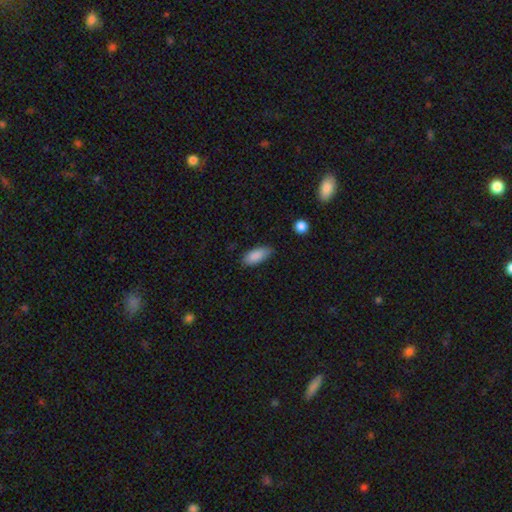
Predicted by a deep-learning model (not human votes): Smooth or featured: smooth — 89% (star or artifact — 7%)
How rounded: in between — 85% (cigar-shaped — 13%)
Merging: none — 80% (minor disturbance — 16%)